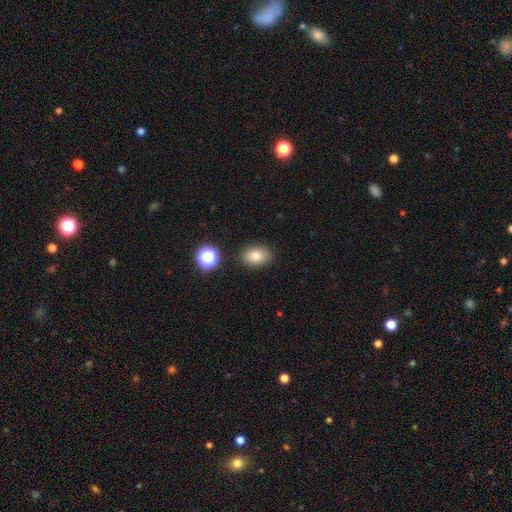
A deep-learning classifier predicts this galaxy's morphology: Smooth or featured? Predicted: smooth (p=0.80). How rounded? Predicted: in between (p=0.73). Merging? Predicted: none (p=0.86).